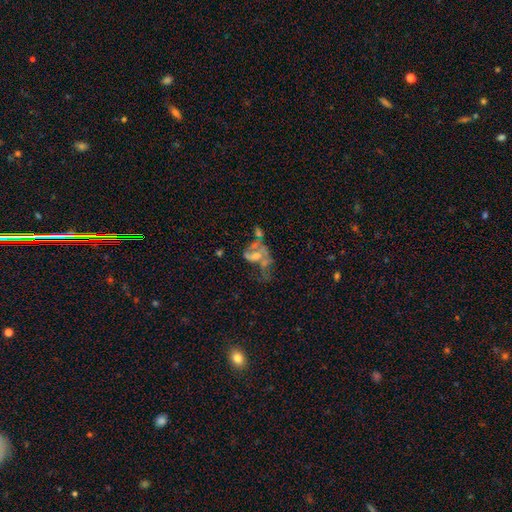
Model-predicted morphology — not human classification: A featured or disk galaxy (63%) with no bar (74%), no spiral arms (56%) and a moderate central bulge (41%). Merging: major disturbance (39%).